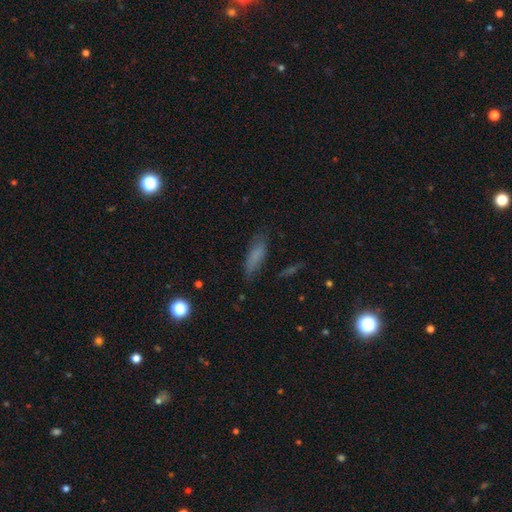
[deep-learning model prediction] Smooth or featured? smooth (71%)
How rounded? cigar-shaped (51%)
Merging? none (73%)